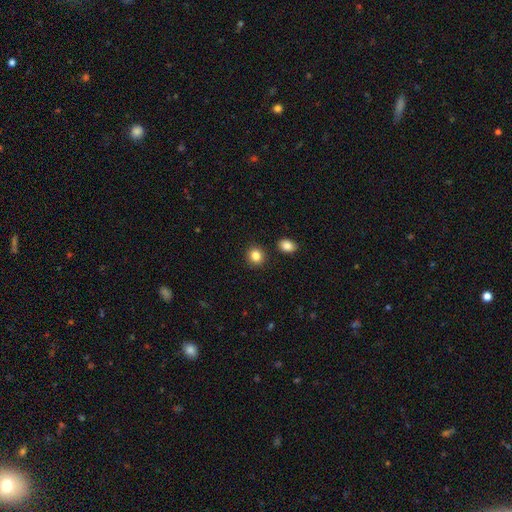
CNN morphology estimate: A smooth galaxy with no disk features (85%) that is round (82%).

Vote fractions:
- Smooth or featured? smooth: 85% / star or artifact: 10% / featured or disk: 5%
- How rounded? round: 82% / in between: 17% / cigar-shaped: 1%
- Merging? none: 88% / minor disturbance: 6% / merger: 4% / major disturbance: 2%